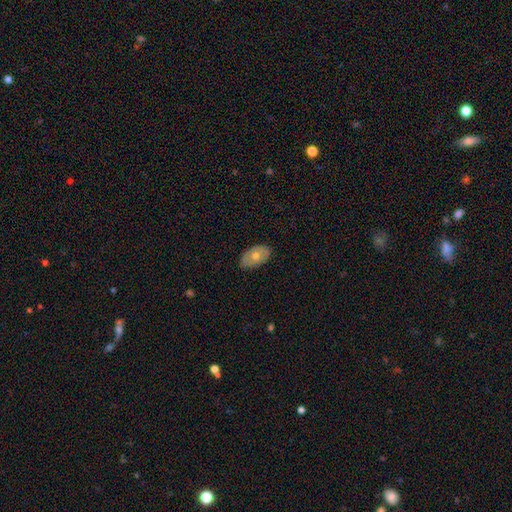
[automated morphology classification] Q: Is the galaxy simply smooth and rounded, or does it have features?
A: smooth — 63%.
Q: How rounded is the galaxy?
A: in between — 91%.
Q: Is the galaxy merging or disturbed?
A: none — 83%.